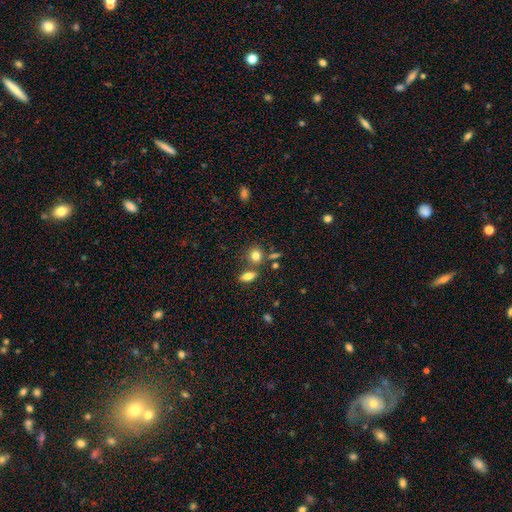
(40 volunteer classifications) A smooth galaxy with no disk features (82%) that is round (64%). Merging: none (82%).